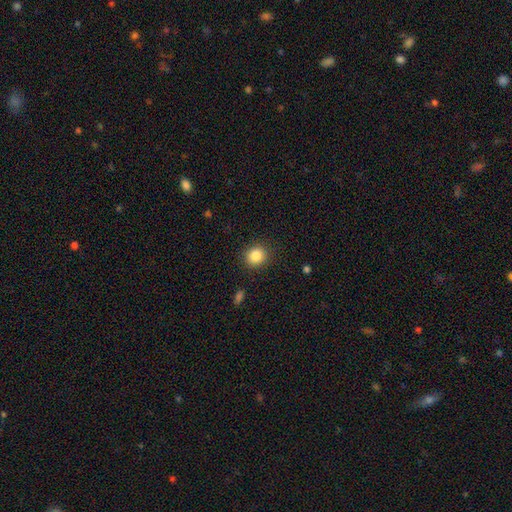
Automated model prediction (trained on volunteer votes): A smooth galaxy with no disk features (85%) that is round (81%). Merging: none (89%).